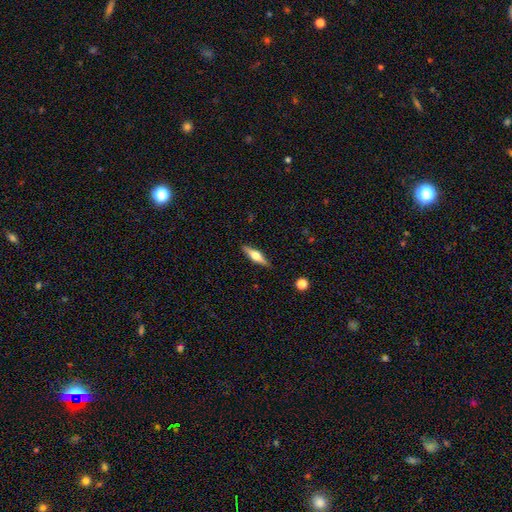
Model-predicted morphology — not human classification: A featured or disk galaxy (60%) viewed edge-on (96%) with a rounded central bulge (93%).

Vote fractions:
- Smooth or featured? featured or disk: 60% / smooth: 34% / star or artifact: 6%
- Edge-on disk? yes: 96% / no: 4%
- Edge-on bulge? rounded: 93% / boxy: 5% / none: 2%
- Merging? none: 89% / minor disturbance: 8% / major disturbance: 2% / merger: 1%